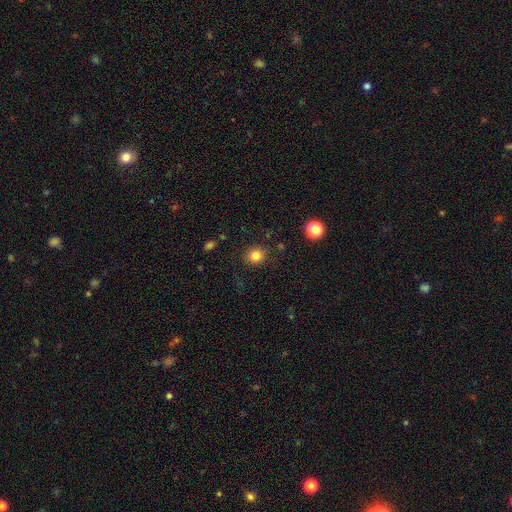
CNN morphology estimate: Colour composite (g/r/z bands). It shows a smooth galaxy with no disk features (83%) that is round (87%). Merging: none (88%).